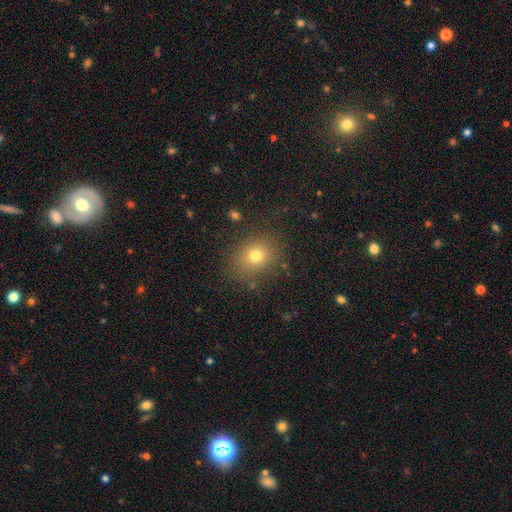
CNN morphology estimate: Smooth or featured?
  - smooth: 74% *
  - star or artifact: 16%
  - featured or disk: 11%
How rounded?
  - round: 60% *
  - in between: 39%
  - cigar-shaped: 1%
Merging?
  - none: 82% *
  - minor disturbance: 12%
  - major disturbance: 5%
  - merger: 2%